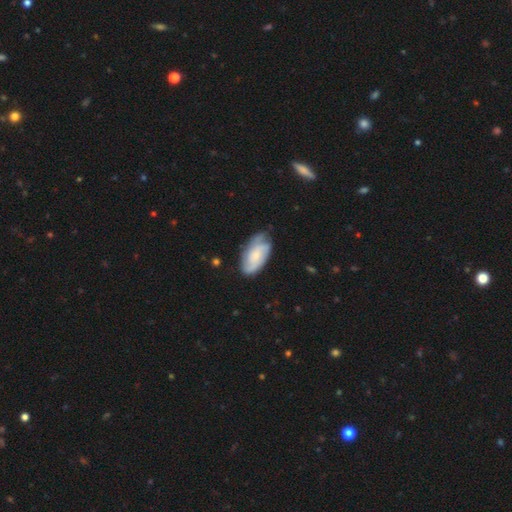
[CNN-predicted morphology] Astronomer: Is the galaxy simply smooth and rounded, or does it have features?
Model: featured or disk — 61%.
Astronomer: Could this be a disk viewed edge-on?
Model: no — 95%.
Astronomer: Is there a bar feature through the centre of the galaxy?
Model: no — 66%.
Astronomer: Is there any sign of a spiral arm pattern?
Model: yes — 91%.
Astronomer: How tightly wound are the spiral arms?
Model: tight — 43% (runner-up: medium, 40%).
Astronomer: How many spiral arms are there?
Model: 2 — 40% (runner-up: can't tell, 29%).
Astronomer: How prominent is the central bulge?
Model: small — 54% (runner-up: moderate, 30%).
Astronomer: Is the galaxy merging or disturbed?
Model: none — 67%.